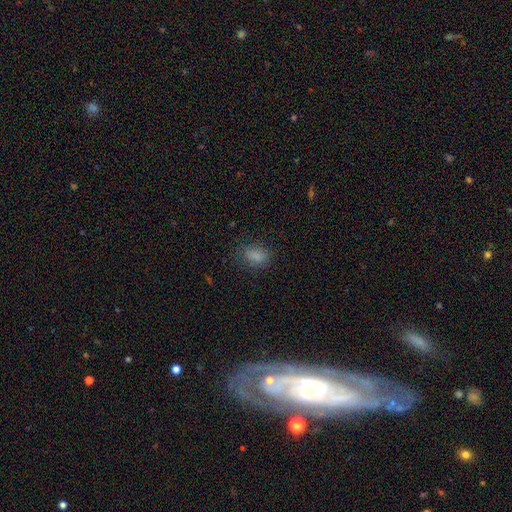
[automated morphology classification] type=smooth (83%); roundness=in between (83%); merging=none (77%).